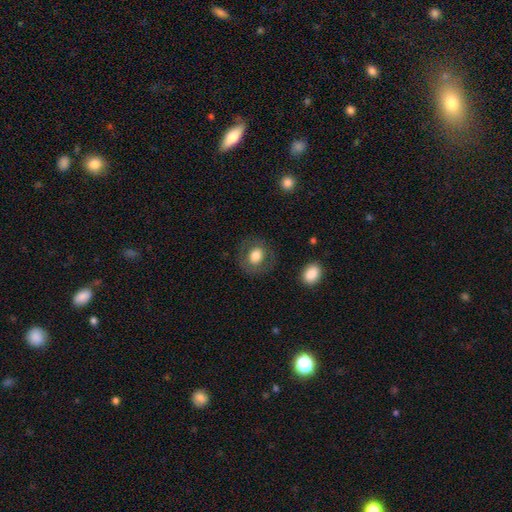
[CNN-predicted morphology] Smooth or featured? smooth (71%)
How rounded? round (68%)
Merging? none (81%)